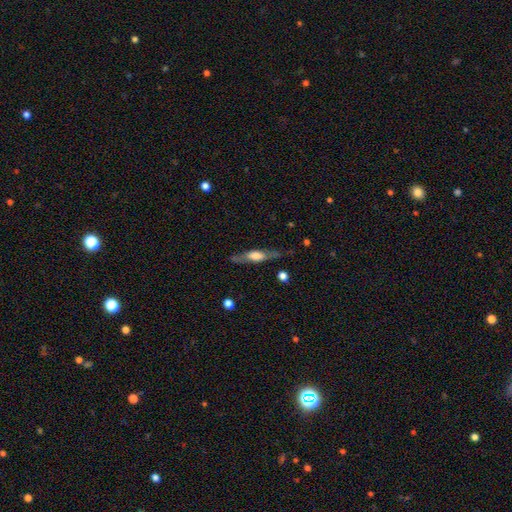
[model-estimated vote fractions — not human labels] Smooth or featured: featured or disk — 60% (smooth — 34%)
Edge-on disk: yes — 84% (no — 16%)
Edge-on bulge: rounded — 60% (boxy — 33%)
Merging: none — 75% (minor disturbance — 16%)